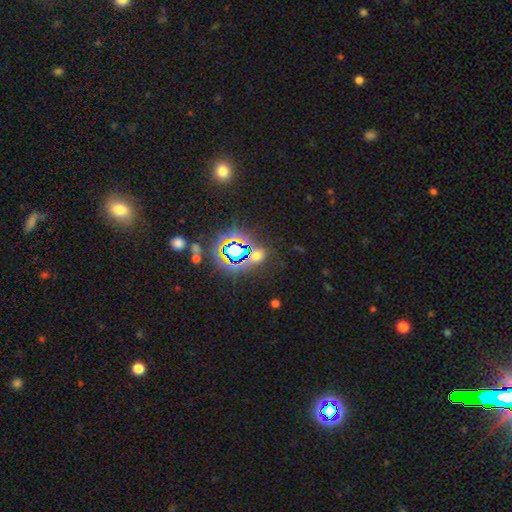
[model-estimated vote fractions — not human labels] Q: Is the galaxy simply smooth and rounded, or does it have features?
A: star or artifact — 57%.